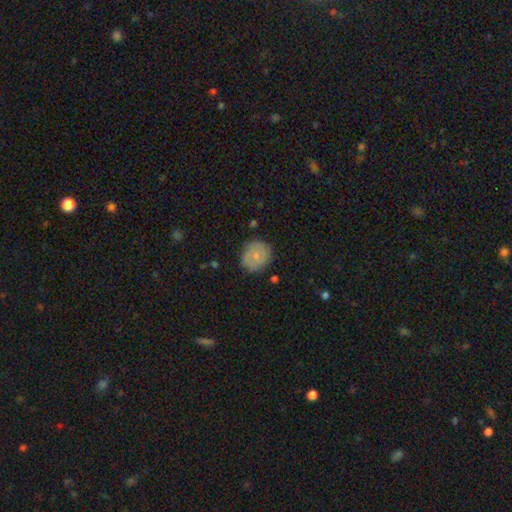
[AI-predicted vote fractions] The model was most divided on "smooth or featured": smooth: 63%, featured or disk: 29%, star or artifact: 7%. More confident: how rounded — round (81%); merging — none (79%).